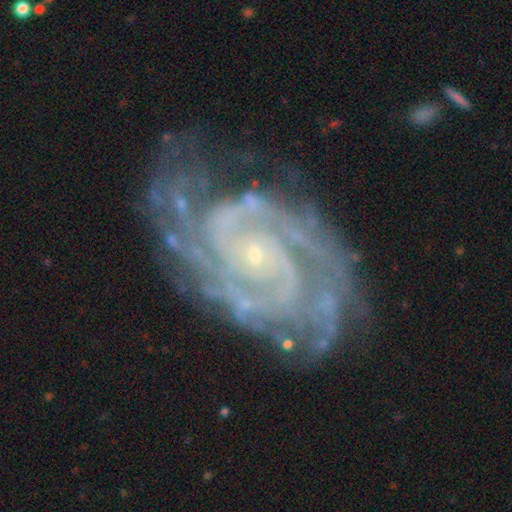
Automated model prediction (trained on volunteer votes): Smooth or featured?
  - featured or disk: 92% *
  - star or artifact: 5%
  - smooth: 3%
Edge-on disk?
  - no: 97% *
  - yes: 3%
Bar?
  - no: 71% *
  - weak: 20%
  - strong: 9%
Spiral arms?
  - yes: 98% *
  - no: 2%
Spiral winding?
  - tight: 73% *
  - medium: 24%
  - loose: 3%
Spiral arm count?
  - 2: 43% *
  - 3: 17%
  - can't tell: 14%
  - 4: 11%
  - more than 4: 8%
  - 1: 7%
Bulge size?
  - small: 87% *
  - moderate: 9%
  - none: 2%
  - large: 1%
  - dominant: 1%
Merging?
  - none: 70% *
  - minor disturbance: 20%
  - major disturbance: 8%
  - merger: 2%